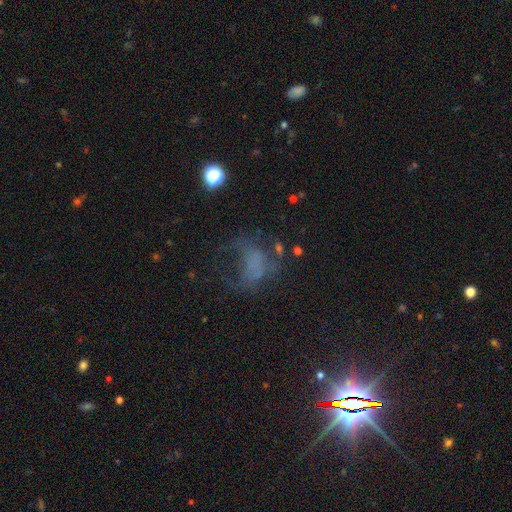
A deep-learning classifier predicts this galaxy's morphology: Smooth or featured? star or artifact (40%)